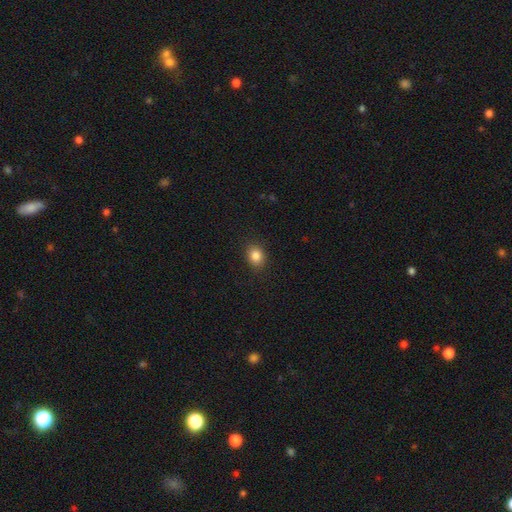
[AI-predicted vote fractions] Overall: smooth (84%). How rounded: round (52%; in between 47%). Merging: none (89%).